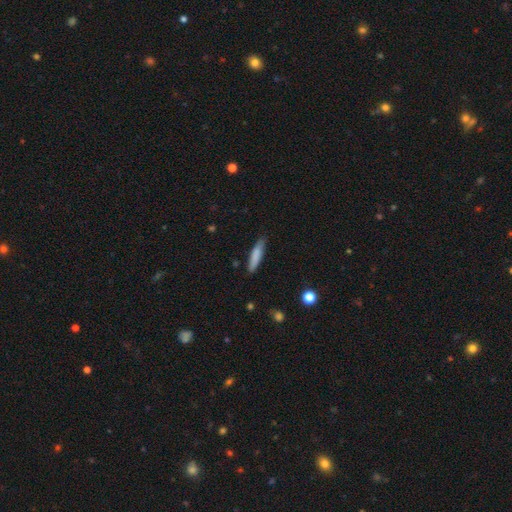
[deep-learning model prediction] Smooth or featured: smooth — 80% (featured or disk — 14%)
How rounded: cigar-shaped — 83% (in between — 16%)
Merging: none — 82% (minor disturbance — 14%)